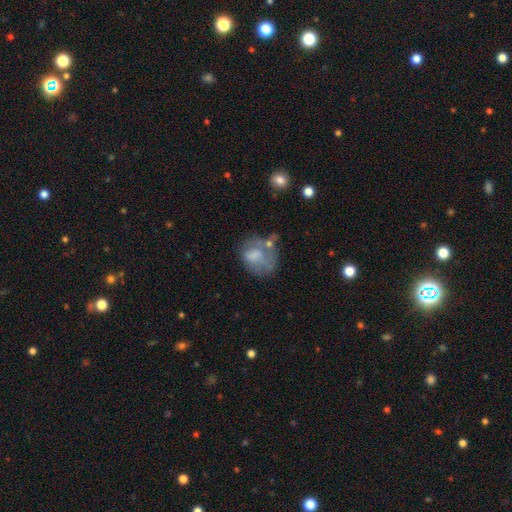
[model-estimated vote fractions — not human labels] Morphology: type=smooth (56%); roundness=in between (52%); merging=none (34%).